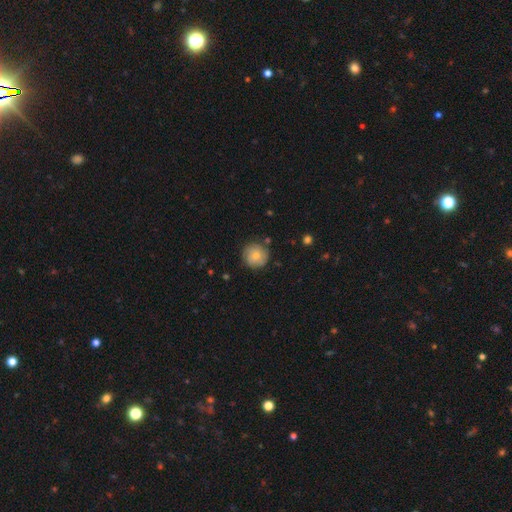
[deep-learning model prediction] Smooth or featured? Predicted: smooth (p=0.66). How rounded? Predicted: round (p=0.94). Merging? Predicted: none (p=0.81).